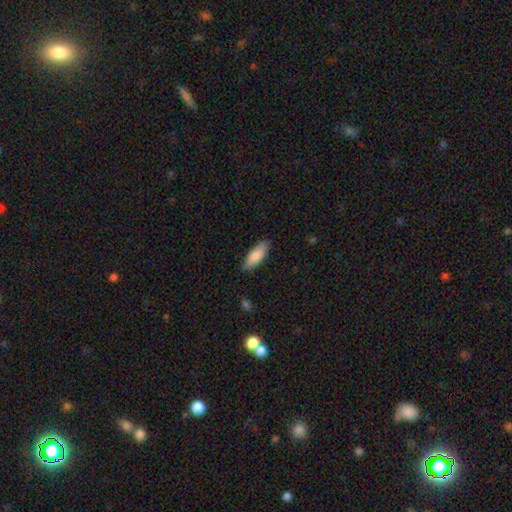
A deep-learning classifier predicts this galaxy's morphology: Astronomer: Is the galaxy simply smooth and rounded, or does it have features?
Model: smooth — 85%.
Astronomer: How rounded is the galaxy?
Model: in between — 66%.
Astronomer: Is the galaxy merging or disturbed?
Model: none — 85%.